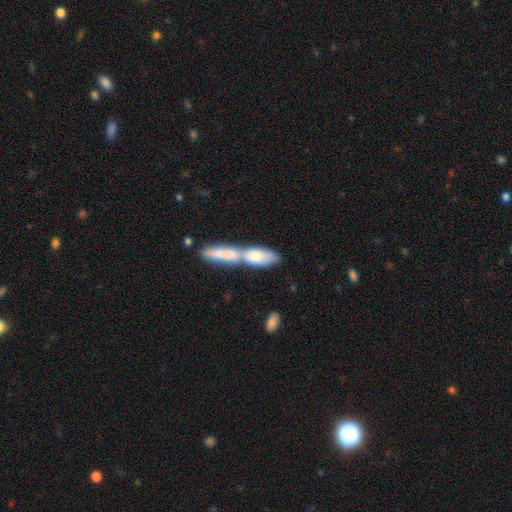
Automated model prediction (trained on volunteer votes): Smooth or featured? Predicted: smooth (p=0.72). How rounded? Predicted: in between (p=0.63). Merging? Predicted: merger (p=0.69).